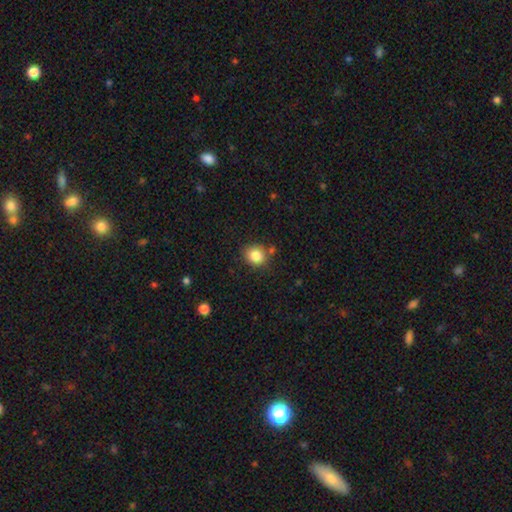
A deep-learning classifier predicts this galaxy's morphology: smooth_or_featured: smooth (p=0.84) [alt: star or artifact p=0.10]
how_rounded: round (p=0.74) [alt: in between p=0.25]
merging: none (p=0.79) [alt: minor disturbance p=0.12]